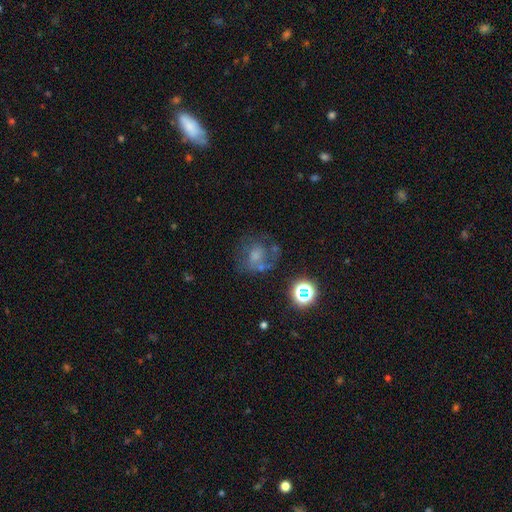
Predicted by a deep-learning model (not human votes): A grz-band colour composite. It shows a smooth galaxy with no disk features (40%). Merging: none (51%).